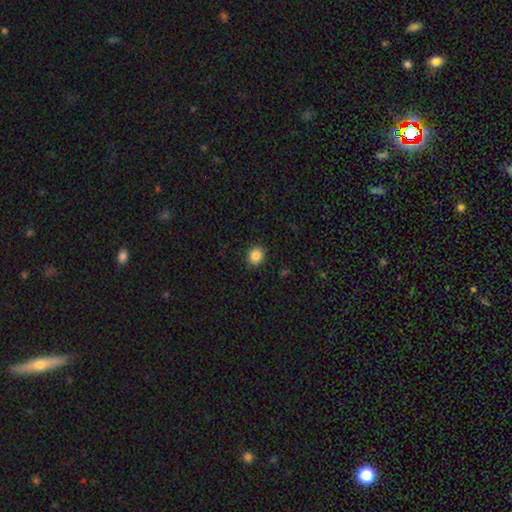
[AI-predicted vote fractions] This appears to be a smooth galaxy with no disk features (86%) that is round (75%). Merging: none (90%).